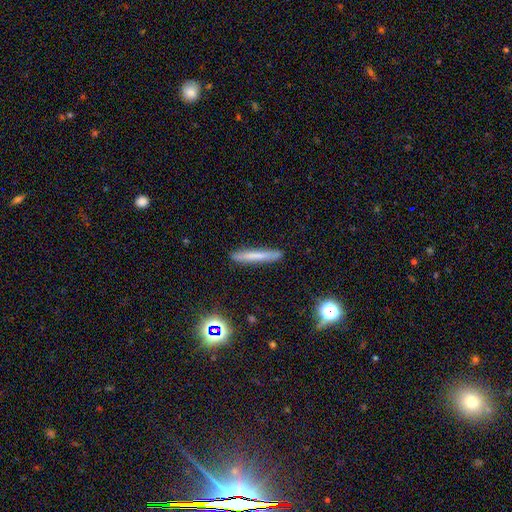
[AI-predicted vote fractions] A smooth galaxy with no disk features (67%) that is cigar-shaped (94%). Merging: none (89%).